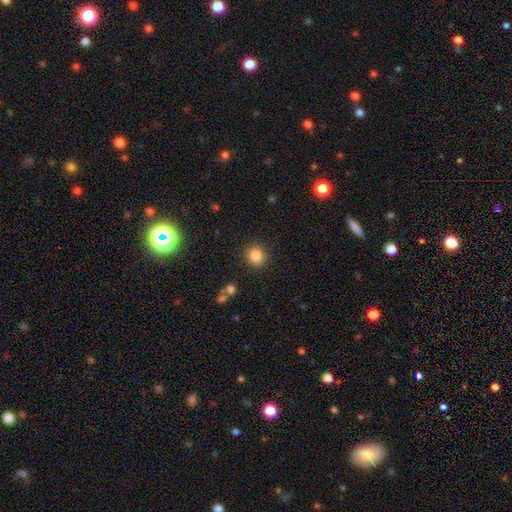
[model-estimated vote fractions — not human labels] The model was most divided on "how rounded": round: 85%, in between: 14%, cigar-shaped: 1%. More confident: merging — none (89%); smooth or featured — smooth (83%).